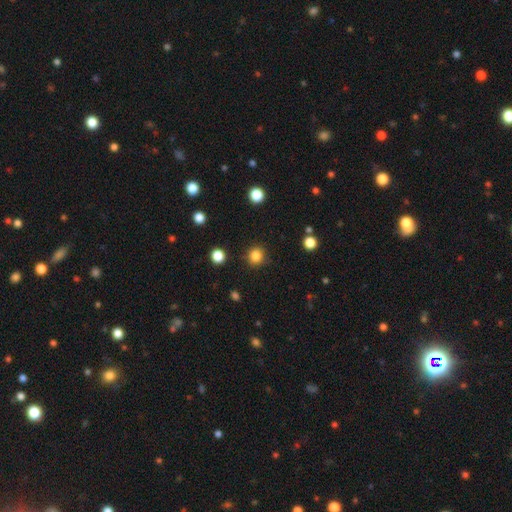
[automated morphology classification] Smooth or featured: smooth — 84% (star or artifact — 12%)
How rounded: round — 91% (in between — 8%)
Merging: none — 89% (minor disturbance — 7%)